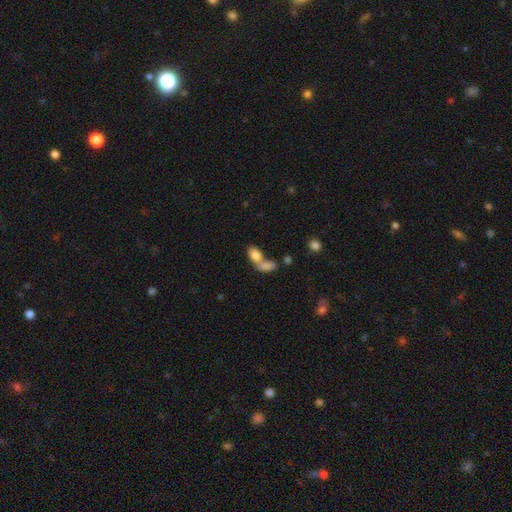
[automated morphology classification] The model was most divided on "merging": merger: 66%, none: 22%, minor disturbance: 7%, major disturbance: 5%. More confident: how rounded — in between (85%); smooth or featured — smooth (80%).